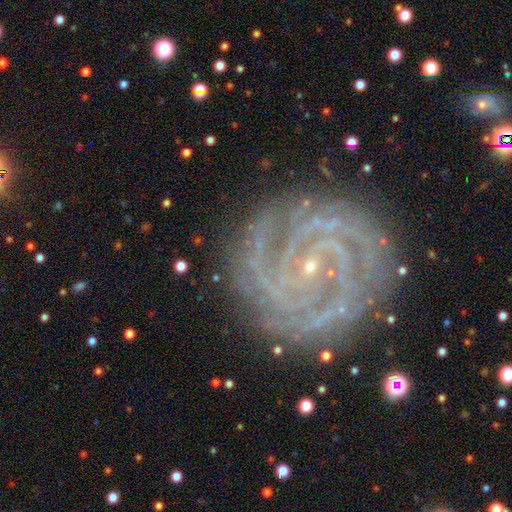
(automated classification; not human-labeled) Q: Smooth or featured?
A: featured or disk (90%); runner-up: star or artifact (6%)
Q: Edge-on disk?
A: no (98%); runner-up: yes (2%)
Q: Bar?
A: no (50%); runner-up: weak (32%)
Q: Spiral arms?
A: yes (98%); runner-up: no (2%)
Q: Spiral winding?
A: tight (79%); runner-up: medium (19%)
Q: Spiral arm count?
A: 3 (21%); tied with: 4 (21%)
Q: Bulge size?
A: small (86%); runner-up: moderate (9%)
Q: Merging?
A: none (81%); runner-up: minor disturbance (13%)